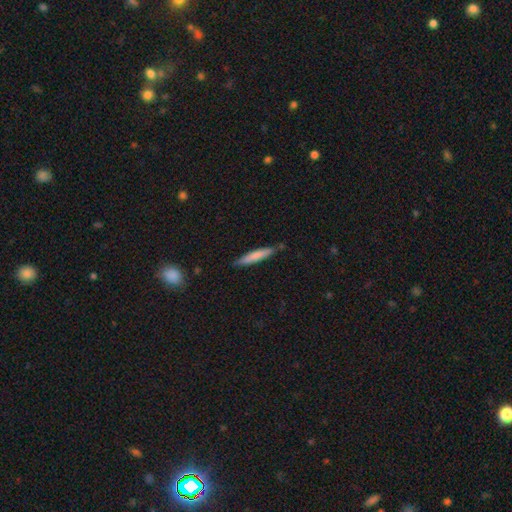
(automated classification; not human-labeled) Overall: smooth (74%). How rounded: cigar-shaped (92%). Merging: none (83%).